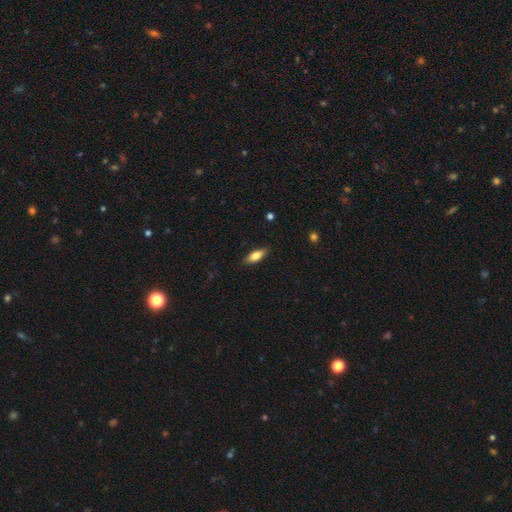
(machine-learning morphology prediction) This is likely a smooth galaxy (78%). How rounded: likely in between (69%). Merging: clearly none (86%).